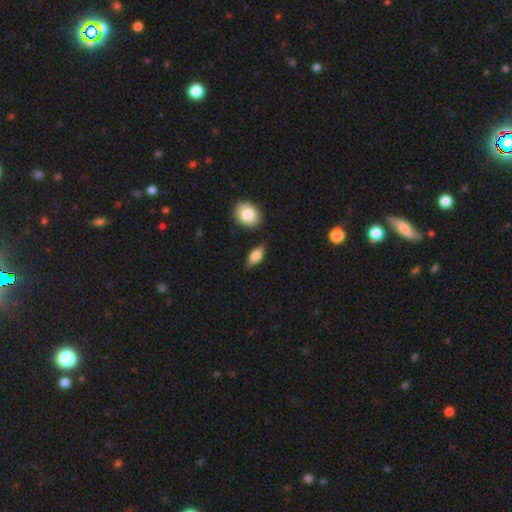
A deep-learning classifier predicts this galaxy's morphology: Smooth or featured? smooth (62%)
How rounded? in between (78%)
Merging? none (78%)